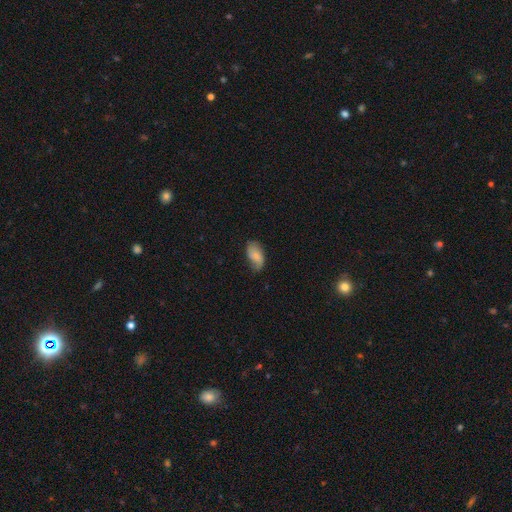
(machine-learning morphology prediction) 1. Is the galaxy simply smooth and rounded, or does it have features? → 64% smooth, 29% featured or disk, 7% star or artifact.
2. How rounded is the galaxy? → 93% in between, 4% round, 3% cigar-shaped.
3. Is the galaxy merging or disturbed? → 63% none, 29% minor disturbance, 7% major disturbance, 1% merger.